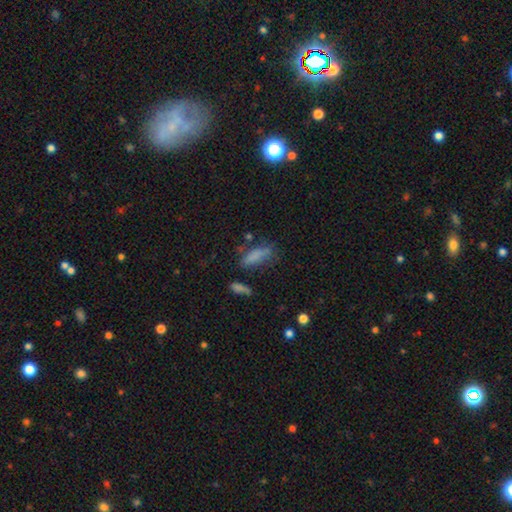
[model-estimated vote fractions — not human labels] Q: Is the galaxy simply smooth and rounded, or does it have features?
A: smooth — 77%.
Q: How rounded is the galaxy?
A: in between — 59%.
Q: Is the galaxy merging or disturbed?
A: none — 55%.